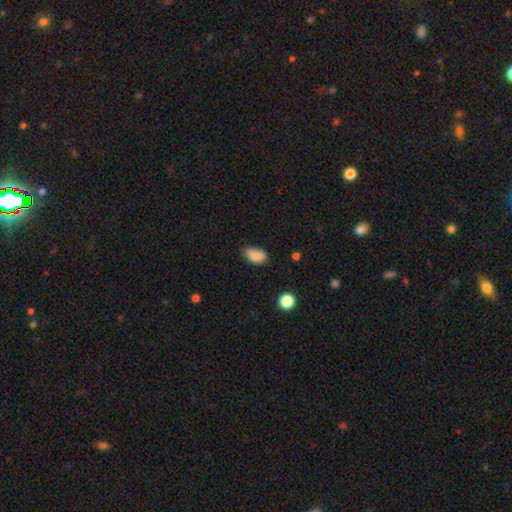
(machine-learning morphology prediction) Q: Smooth or featured?
A: smooth (86%); runner-up: star or artifact (9%)
Q: How rounded?
A: in between (89%); runner-up: round (9%)
Q: Merging?
A: none (58%); runner-up: minor disturbance (34%)